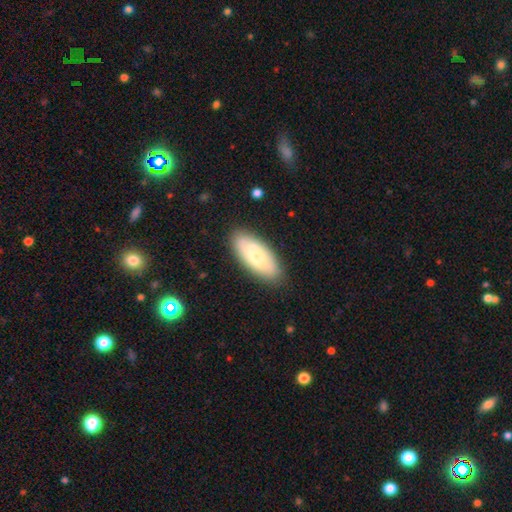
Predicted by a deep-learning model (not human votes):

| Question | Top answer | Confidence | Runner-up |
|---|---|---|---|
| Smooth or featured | smooth | 52% | featured or disk (42%) |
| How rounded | in between | 83% | cigar-shaped (15%) |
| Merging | none | 82% | minor disturbance (13%) |